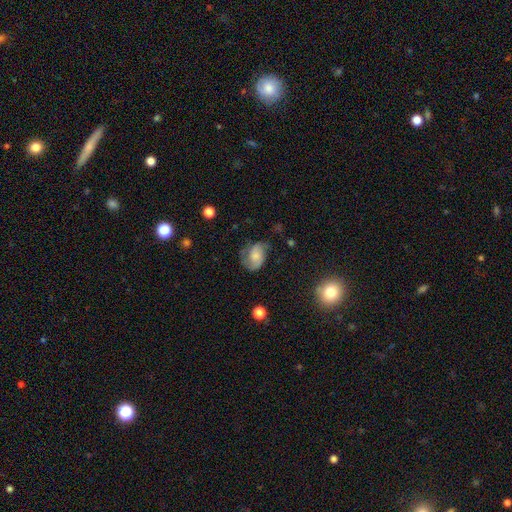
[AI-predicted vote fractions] The model was most divided on "bulge size" (2-way tie): moderate: 29%, small: 29%, none: 23%, large: 15%, dominant: 3%. More confident: edge-on disk — no (97%); spiral arms — yes (88%); bar — no (66%); merging — none (56%); smooth or featured — featured or disk (54%).